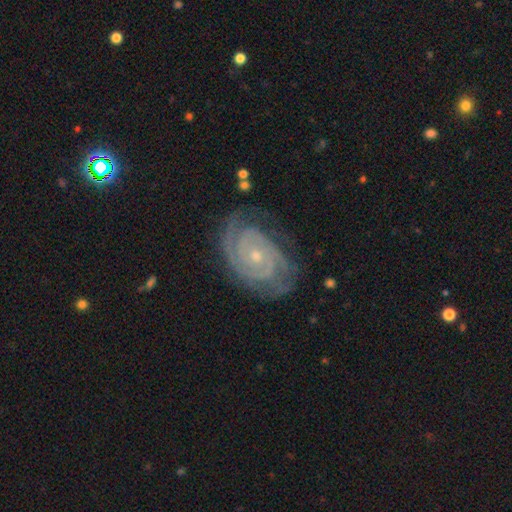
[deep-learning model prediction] Q: Smooth or featured?
A: featured or disk (90%); runner-up: star or artifact (6%)
Q: Edge-on disk?
A: no (97%); runner-up: yes (3%)
Q: Bar?
A: no (74%); runner-up: weak (19%)
Q: Spiral arms?
A: yes (98%); runner-up: no (2%)
Q: Spiral winding?
A: tight (80%); runner-up: medium (18%)
Q: Spiral arm count?
A: 2 (55%); runner-up: 3 (18%)
Q: Bulge size?
A: small (74%); runner-up: moderate (23%)
Q: Merging?
A: none (75%); runner-up: minor disturbance (18%)